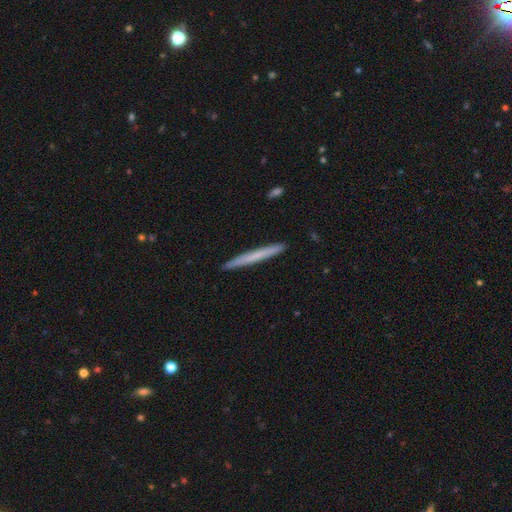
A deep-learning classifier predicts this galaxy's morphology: smooth-or-featured: smooth: 59% | featured or disk: 35% | star or artifact: 6%
  how-rounded: cigar-shaped: 97% | in between: 2% | round: 1%
  merging: none: 92% | minor disturbance: 5% | major disturbance: 1% | merger: 1%